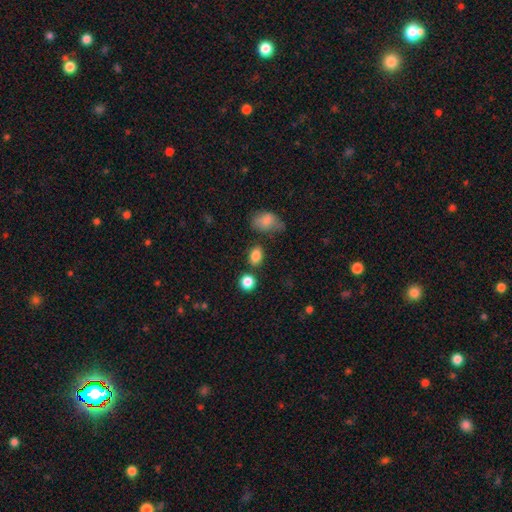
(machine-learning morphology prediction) type=smooth (84%); roundness=in between (71%); merging=none (75%).